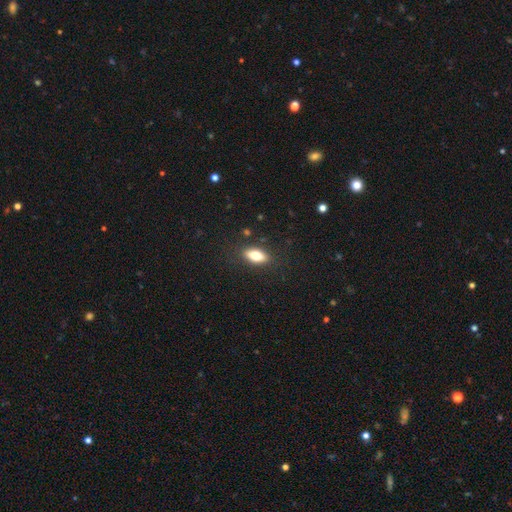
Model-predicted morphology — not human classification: smooth-or-featured: smooth: 75% | featured or disk: 17% | star or artifact: 8%
  how-rounded: in between: 84% | cigar-shaped: 12% | round: 4%
  merging: none: 86% | minor disturbance: 10% | major disturbance: 3% | merger: 1%